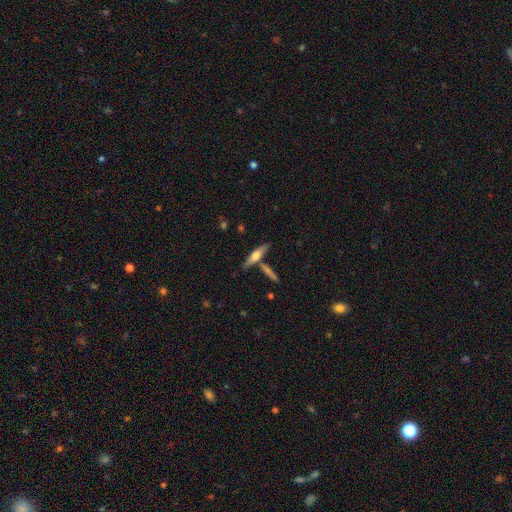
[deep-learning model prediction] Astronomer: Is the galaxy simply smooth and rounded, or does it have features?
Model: featured or disk — 50% (runner-up: smooth, 43%).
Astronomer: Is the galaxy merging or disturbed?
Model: none — 69%.